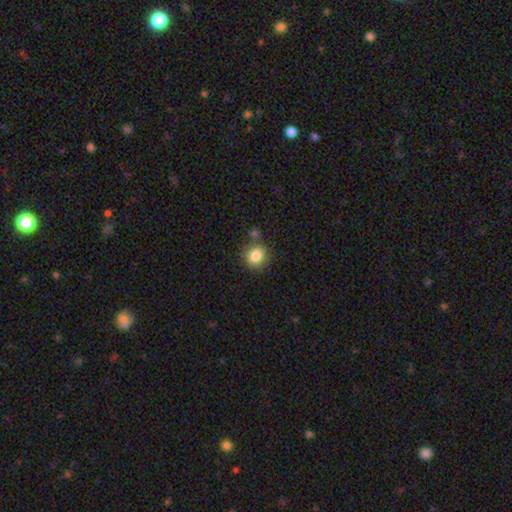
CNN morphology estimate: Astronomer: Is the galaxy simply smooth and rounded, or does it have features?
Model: smooth — 84%.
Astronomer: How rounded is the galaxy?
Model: round — 83%.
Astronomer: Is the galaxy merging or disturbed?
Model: none — 72%.